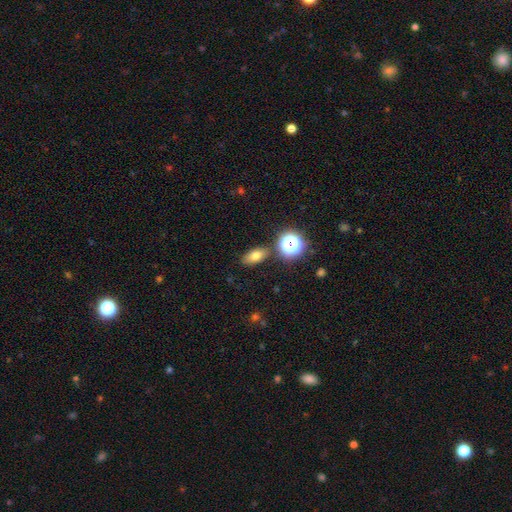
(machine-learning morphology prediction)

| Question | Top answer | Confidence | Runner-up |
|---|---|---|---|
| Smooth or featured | smooth | 71% | star or artifact (17%) |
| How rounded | in between | 78% | round (15%) |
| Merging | none | 82% | minor disturbance (10%) |